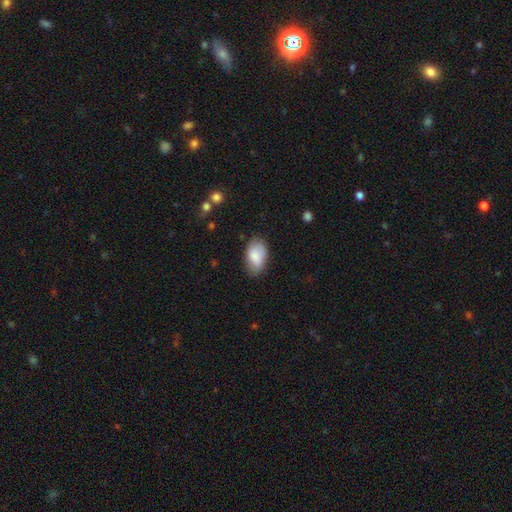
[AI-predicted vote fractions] smooth-or-featured: smooth: 84% | featured or disk: 10% | star or artifact: 6%
  how-rounded: in between: 93% | round: 6% | cigar-shaped: 1%
  merging: none: 72% | minor disturbance: 22% | major disturbance: 4% | merger: 1%